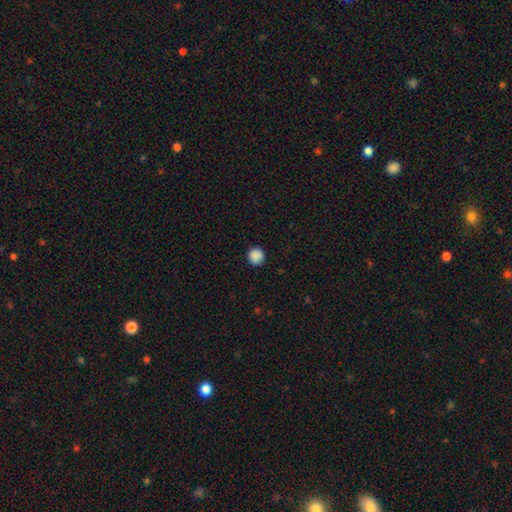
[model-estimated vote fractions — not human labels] A smooth galaxy with no disk features (89%) that is round (94%). Merging: none (91%).